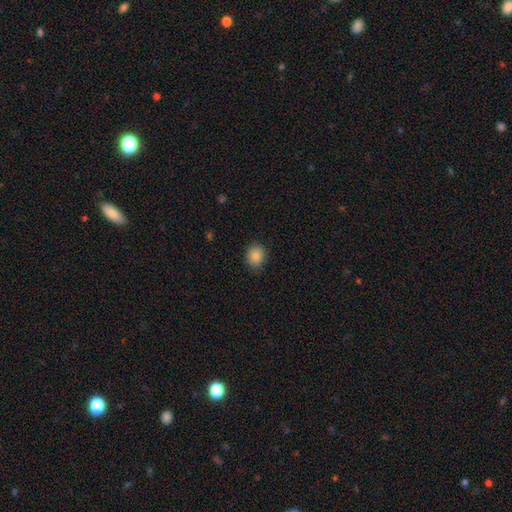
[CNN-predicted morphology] A smooth galaxy with no disk features (84%) that is round (67%).

Vote fractions:
- Smooth or featured? smooth: 84% / star or artifact: 9% / featured or disk: 7%
- How rounded? round: 67% / in between: 32% / cigar-shaped: 1%
- Merging? none: 85% / minor disturbance: 12% / major disturbance: 2% / merger: 1%